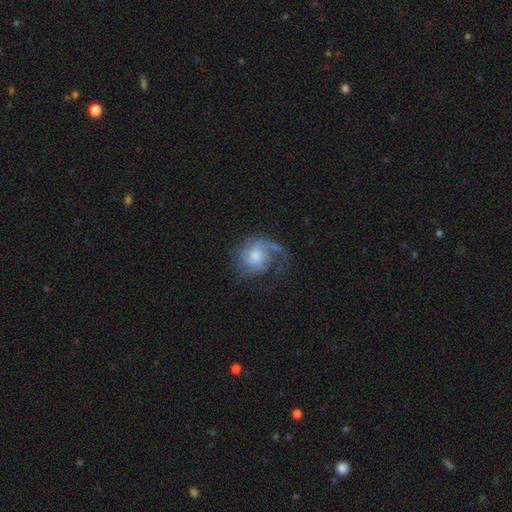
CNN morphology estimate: This appears to be a featured or disk galaxy (71%) with no bar (72%), 1 (48%) medium (39%) spiral arms (90%) and a moderate central bulge (57%). Merging: none (51%).